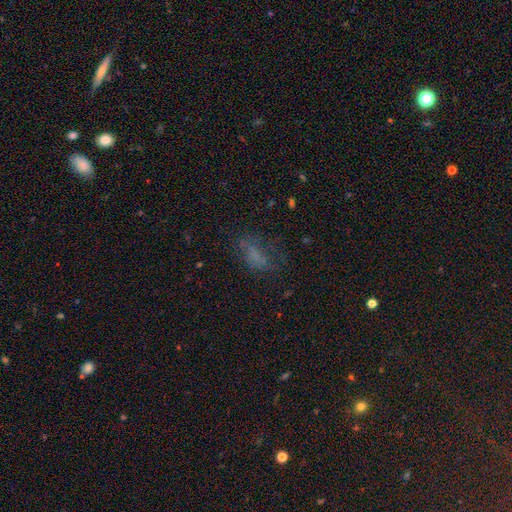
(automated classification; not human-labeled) smooth 56%, featured or disk 22%, star or artifact 22%. Down the decision tree: how rounded — in between (82%); merging — none (48%).